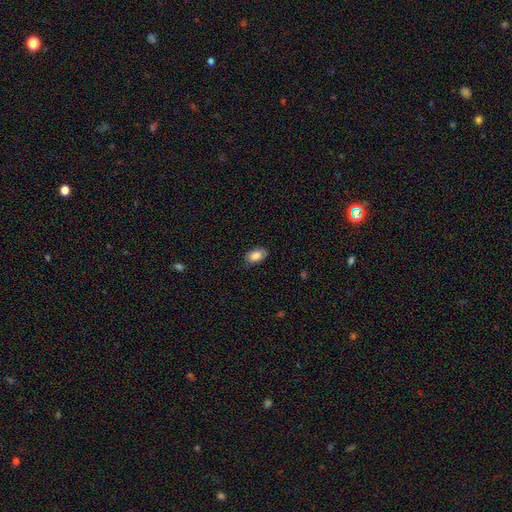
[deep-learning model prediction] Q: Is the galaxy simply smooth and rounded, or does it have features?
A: smooth — 83%.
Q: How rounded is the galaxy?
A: in between — 91%.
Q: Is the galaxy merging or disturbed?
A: none — 78%.